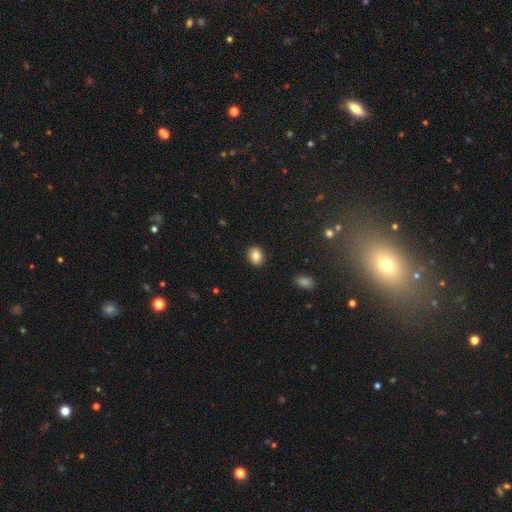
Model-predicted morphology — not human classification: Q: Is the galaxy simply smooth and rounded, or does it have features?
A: smooth — 84%.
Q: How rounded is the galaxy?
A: round — 53%.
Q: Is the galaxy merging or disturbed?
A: none — 90%.